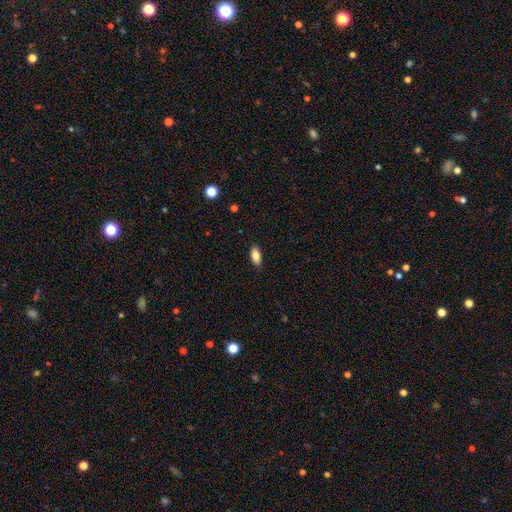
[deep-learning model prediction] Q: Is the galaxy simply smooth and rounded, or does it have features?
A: smooth — 84%.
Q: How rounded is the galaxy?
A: in between — 87%.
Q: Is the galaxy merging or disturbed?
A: none — 87%.